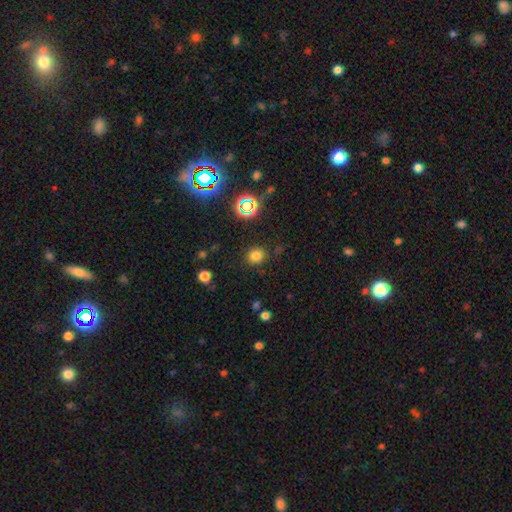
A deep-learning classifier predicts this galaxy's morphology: This is likely a smooth galaxy (75%). How rounded: clearly round (86%). Merging: clearly none (86%).